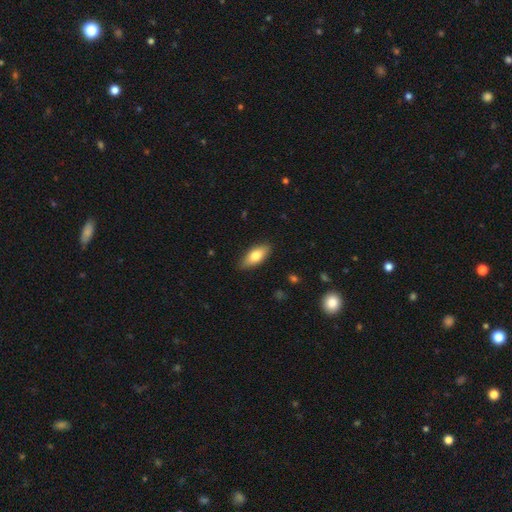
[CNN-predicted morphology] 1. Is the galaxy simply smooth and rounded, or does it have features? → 76% smooth, 18% featured or disk, 6% star or artifact.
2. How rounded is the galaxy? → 82% in between, 15% cigar-shaped, 3% round.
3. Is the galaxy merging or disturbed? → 87% none, 10% minor disturbance, 2% major disturbance, 1% merger.